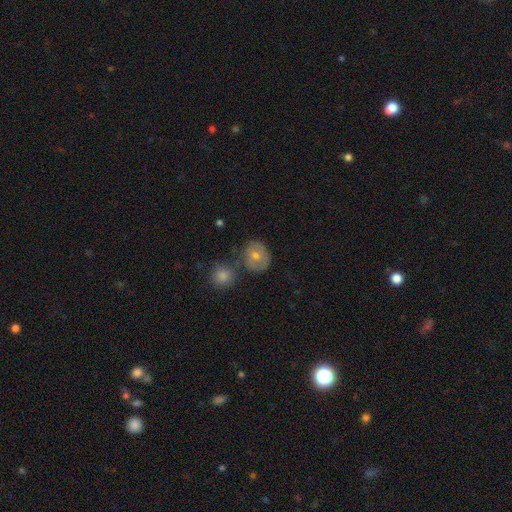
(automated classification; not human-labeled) The model was most divided on "smooth or featured": smooth: 57%, featured or disk: 32%, star or artifact: 11%. More confident: how rounded — round (76%); merging — none (64%).